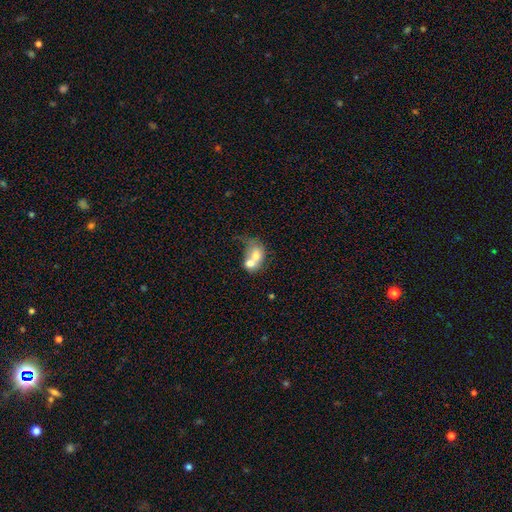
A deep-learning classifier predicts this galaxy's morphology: type=smooth (62%); roundness=in between (60%); merging=merger (74%).